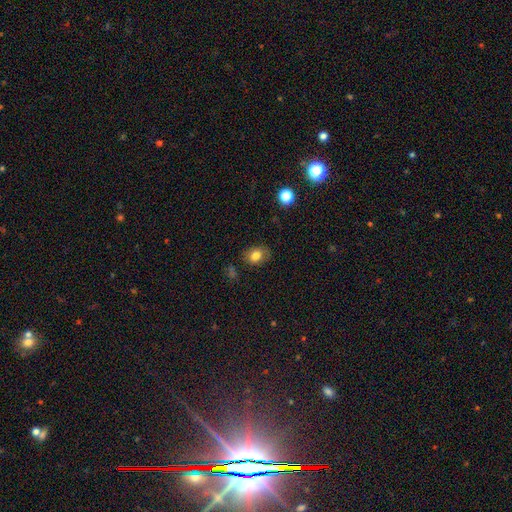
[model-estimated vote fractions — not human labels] Overall: smooth (80%). How rounded: in between (64%; round 35%). Merging: none (79%).